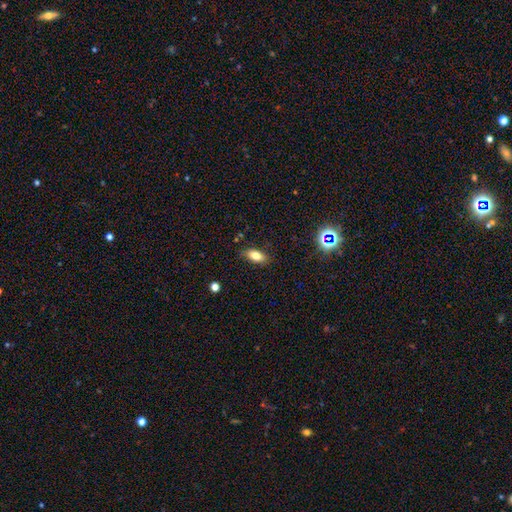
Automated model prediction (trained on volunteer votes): smooth-or-featured: smooth: 77% | featured or disk: 12% | star or artifact: 11%
  how-rounded: in between: 84% | cigar-shaped: 10% | round: 5%
  merging: none: 83% | minor disturbance: 12% | major disturbance: 3% | merger: 1%